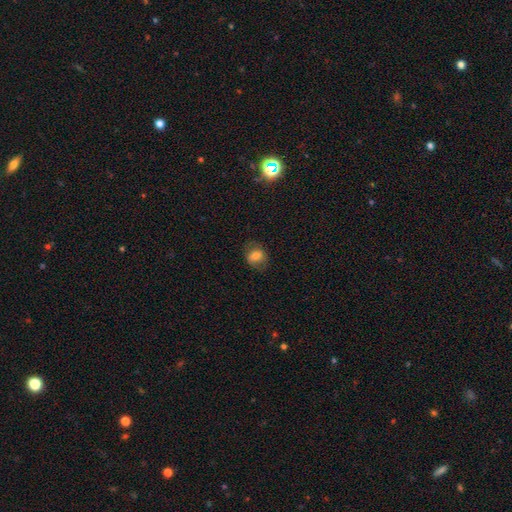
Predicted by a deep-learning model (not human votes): A smooth galaxy with no disk features (72%) that is in between round and cigar-shaped (52%). Merging: none (69%).